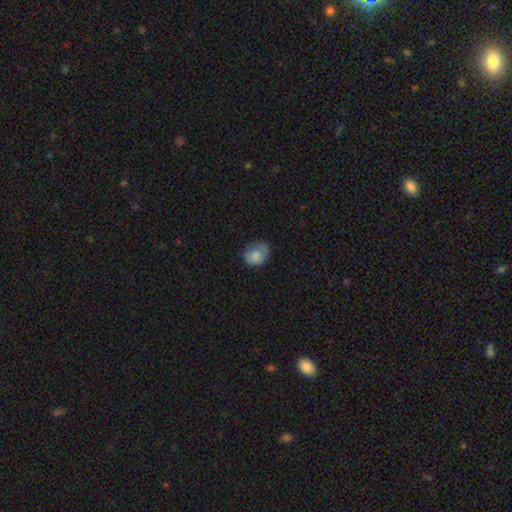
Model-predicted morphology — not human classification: Smooth or featured? smooth (78%)
How rounded? in between (52%)
Merging? none (54%)